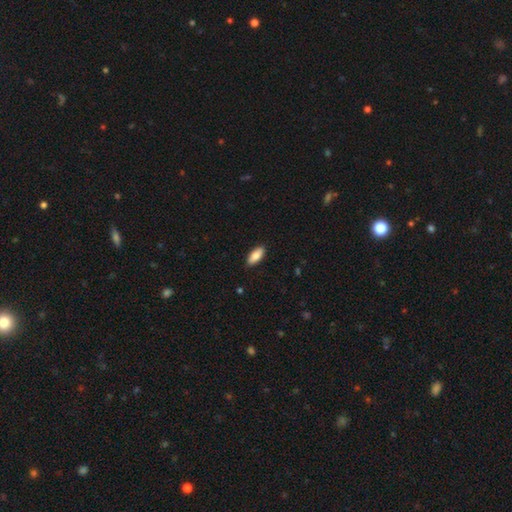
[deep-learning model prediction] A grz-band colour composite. It shows a smooth galaxy with no disk features (82%) that is in between round and cigar-shaped (84%). Merging: none (88%).